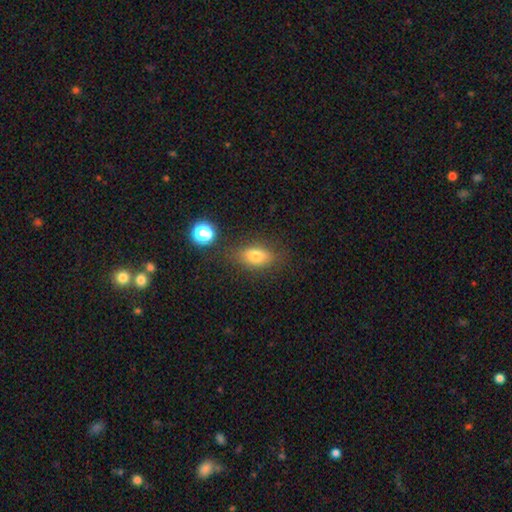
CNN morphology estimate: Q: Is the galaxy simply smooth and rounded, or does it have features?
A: smooth — 74%.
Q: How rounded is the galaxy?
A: in between — 78%.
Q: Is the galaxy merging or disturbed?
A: none — 78%.